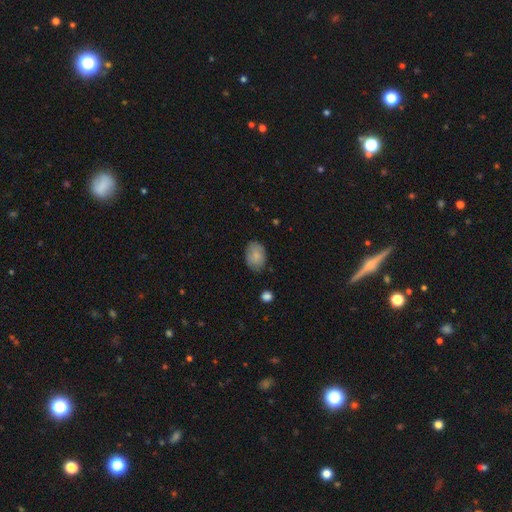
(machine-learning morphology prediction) smooth 83%, featured or disk 10%, star or artifact 7%. Down the decision tree: how rounded — in between (79%); merging — none (79%).